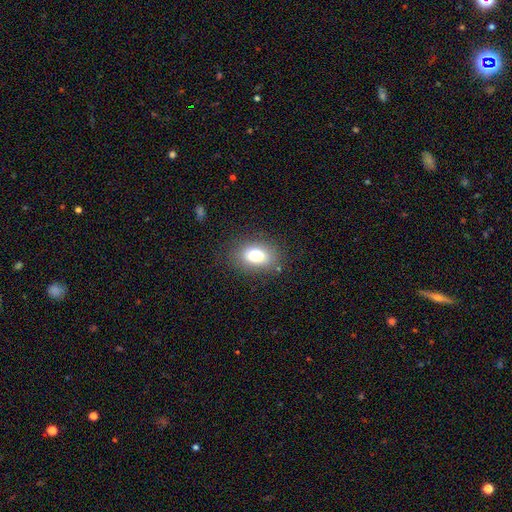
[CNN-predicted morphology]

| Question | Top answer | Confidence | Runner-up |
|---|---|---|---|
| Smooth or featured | smooth | 79% | featured or disk (11%) |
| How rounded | in between | 83% | round (15%) |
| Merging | none | 80% | minor disturbance (13%) |